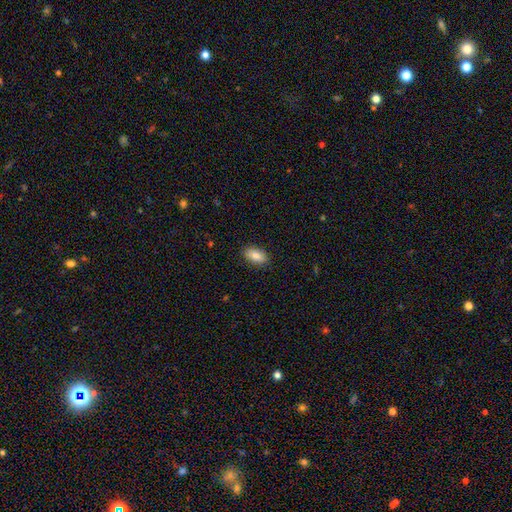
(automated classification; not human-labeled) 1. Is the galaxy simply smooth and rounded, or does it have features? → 86% smooth, 8% featured or disk, 7% star or artifact.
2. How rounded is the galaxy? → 92% in between, 4% round, 4% cigar-shaped.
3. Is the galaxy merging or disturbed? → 88% none, 9% minor disturbance, 2% major disturbance, 1% merger.